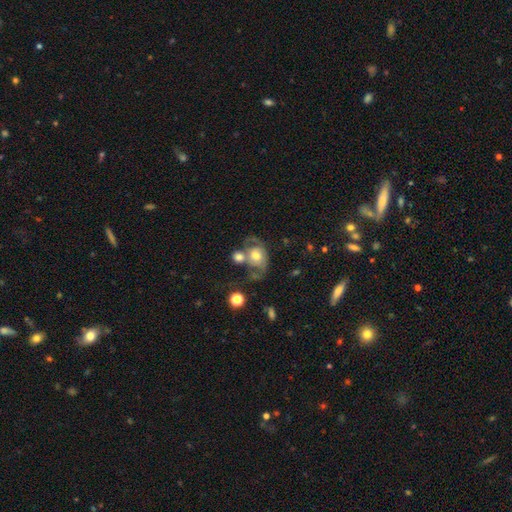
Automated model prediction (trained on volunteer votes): featured or disk 50%, smooth 42%, star or artifact 8%. Down the decision tree: merging — merger (39%).